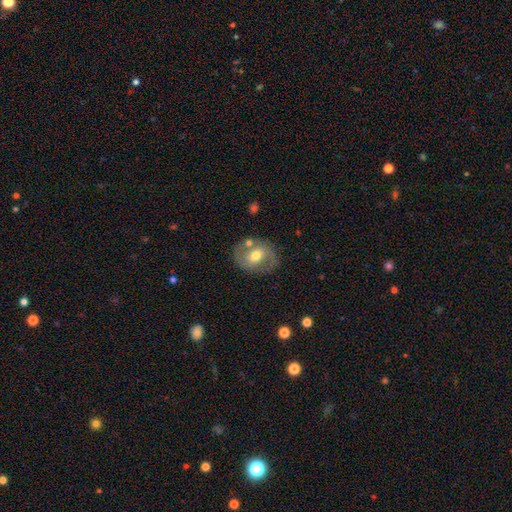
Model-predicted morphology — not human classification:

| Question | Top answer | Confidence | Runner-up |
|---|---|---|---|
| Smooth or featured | featured or disk | 61% | smooth (32%) |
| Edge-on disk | no | 96% | yes (4%) |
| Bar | no | 43% | weak (42%) |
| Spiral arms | yes | 68% | no (32%) |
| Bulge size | moderate | 73% | small (17%) |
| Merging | none | 73% | minor disturbance (15%) |